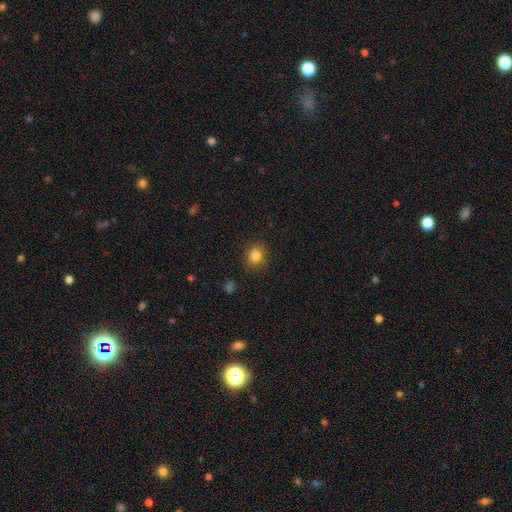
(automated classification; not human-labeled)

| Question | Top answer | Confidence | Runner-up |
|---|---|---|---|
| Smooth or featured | smooth | 84% | star or artifact (11%) |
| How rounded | round | 73% | in between (26%) |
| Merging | none | 88% | minor disturbance (9%) |